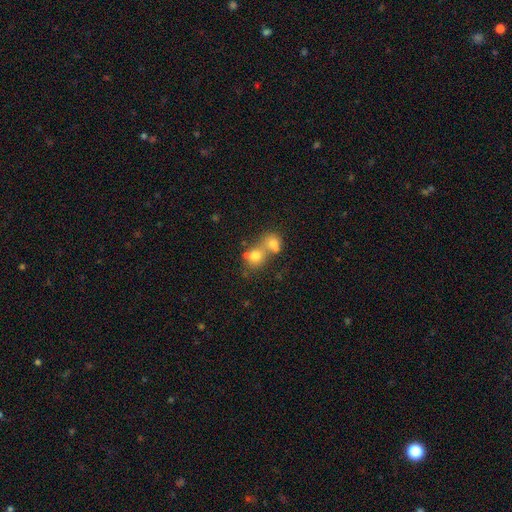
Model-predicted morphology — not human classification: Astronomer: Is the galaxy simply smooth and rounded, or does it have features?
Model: smooth — 72%.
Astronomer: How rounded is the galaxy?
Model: round — 77%.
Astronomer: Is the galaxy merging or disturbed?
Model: merger — 60%.